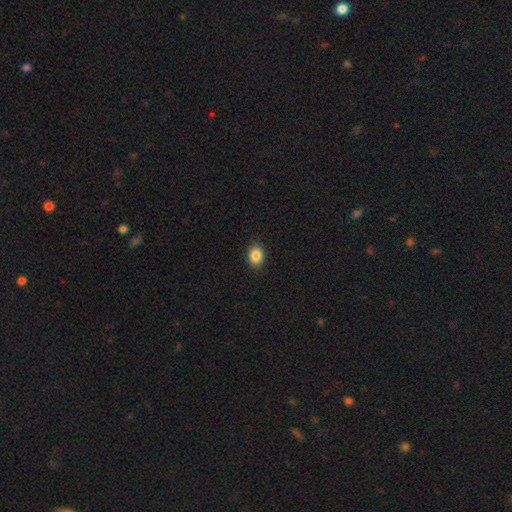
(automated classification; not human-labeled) Smooth or featured? smooth (87%)
How rounded? in between (65%)
Merging? none (90%)